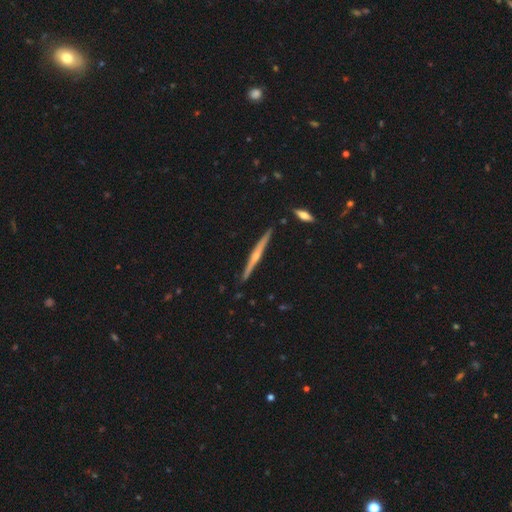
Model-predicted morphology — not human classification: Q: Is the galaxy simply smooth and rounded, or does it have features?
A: featured or disk — 76%.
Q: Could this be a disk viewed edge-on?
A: yes — 98%.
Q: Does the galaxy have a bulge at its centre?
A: rounded — 75%.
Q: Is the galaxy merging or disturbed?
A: none — 90%.